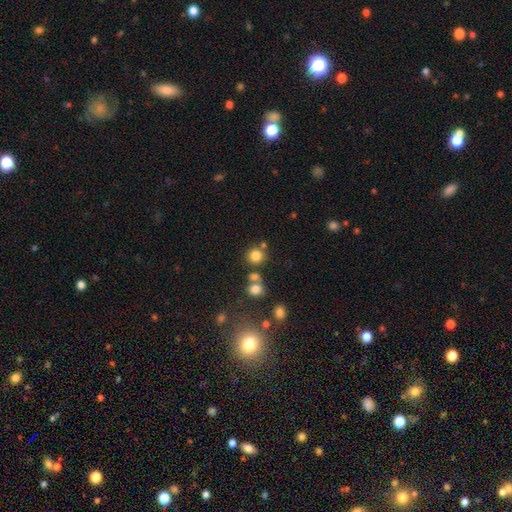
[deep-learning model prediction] smooth 79%, star or artifact 14%, featured or disk 7%. Down the decision tree: how rounded — round (90%); merging — none (69%).